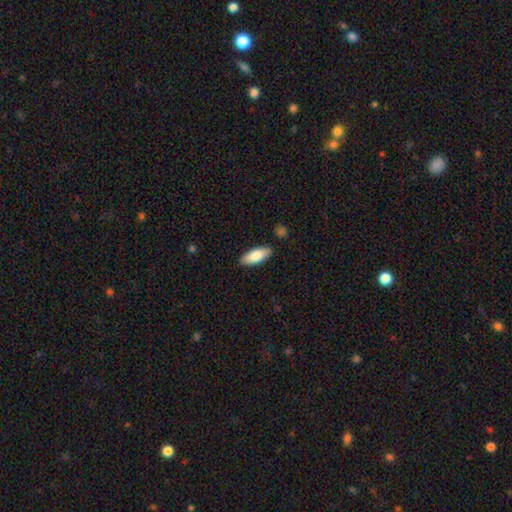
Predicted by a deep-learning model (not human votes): smooth_or_featured: smooth (p=0.81) [alt: featured or disk p=0.14]
how_rounded: in between (p=0.80) [alt: cigar-shaped p=0.18]
merging: none (p=0.87) [alt: minor disturbance p=0.09]